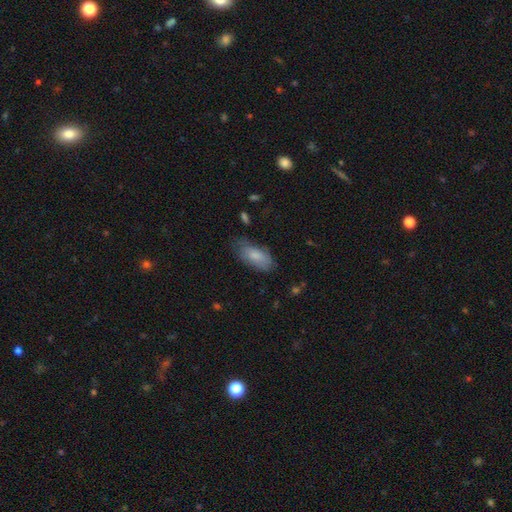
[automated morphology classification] smooth-or-featured: smooth: 81% | featured or disk: 13% | star or artifact: 6%
  how-rounded: in between: 88% | cigar-shaped: 10% | round: 2%
  merging: none: 63% | minor disturbance: 27% | major disturbance: 8% | merger: 2%